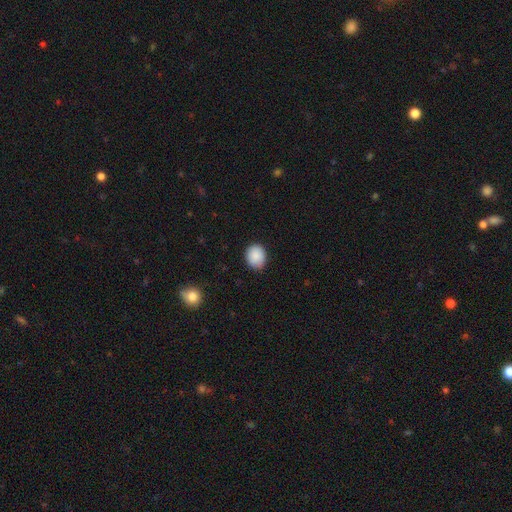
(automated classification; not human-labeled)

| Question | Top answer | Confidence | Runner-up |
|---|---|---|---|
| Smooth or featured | smooth | 89% | star or artifact (8%) |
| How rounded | round | 62% | in between (37%) |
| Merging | none | 86% | minor disturbance (11%) |